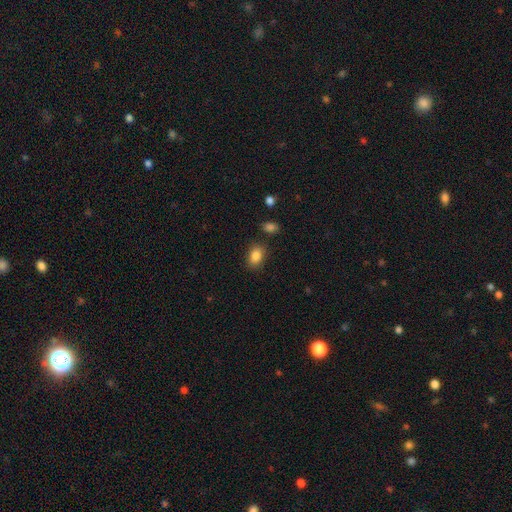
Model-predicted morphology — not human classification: smooth 86%, star or artifact 9%, featured or disk 5%. Down the decision tree: how rounded — in between (76%); merging — none (83%).